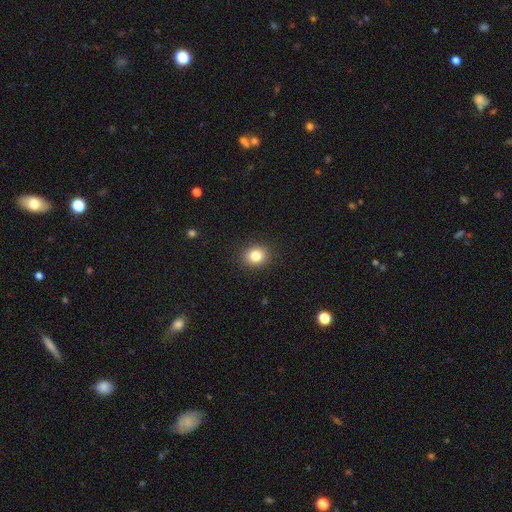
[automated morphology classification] Smooth or featured: smooth — 83% (star or artifact — 11%)
How rounded: round — 66% (in between — 33%)
Merging: none — 90% (minor disturbance — 7%)